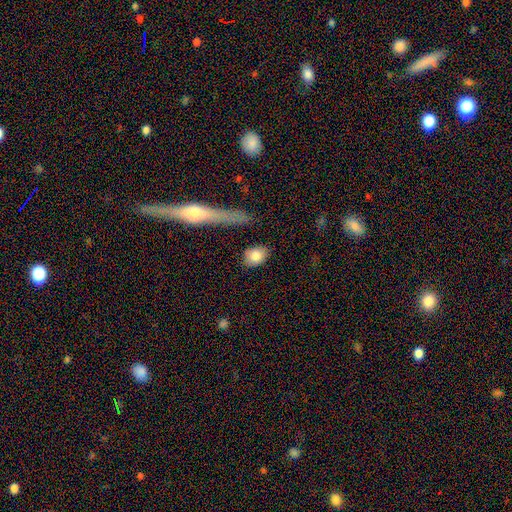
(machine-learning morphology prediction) Smooth or featured: smooth — 81% (featured or disk — 12%)
How rounded: in between — 63% (round — 34%)
Merging: none — 81% (minor disturbance — 12%)